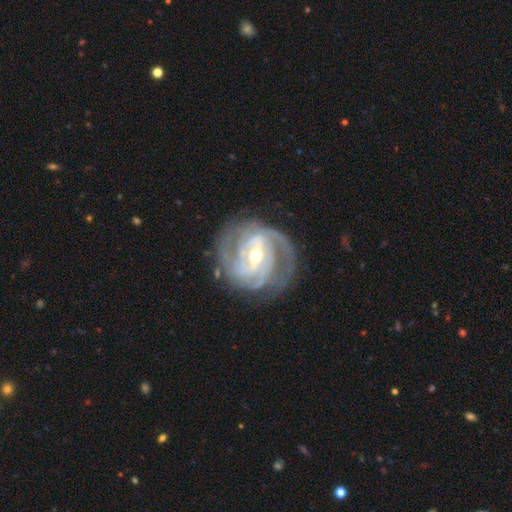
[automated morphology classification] smooth-or-featured: featured or disk: 91% | smooth: 5% | star or artifact: 5%
  disk-edge-on: no: 97% | yes: 3%
    bar: strong: 48% | weak: 39% | no: 13%
    has-spiral-arms: yes: 97% | no: 3%
      spiral-winding: tight: 57% | medium: 36% | loose: 7%
      spiral-arm-count: 2: 34% | 3: 30% | can't tell: 16% | 4: 11% | more than 4: 5% | 1: 5%
    bulge-size: moderate: 52% | small: 44% | large: 3% | none: 1% | dominant: 1%
  merging: none: 75% | minor disturbance: 16% | major disturbance: 8% | merger: 1%